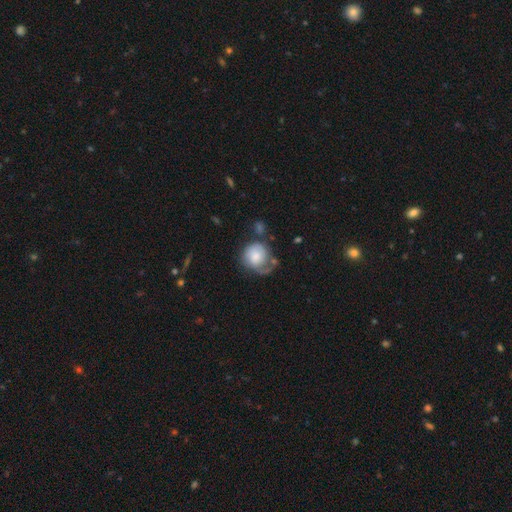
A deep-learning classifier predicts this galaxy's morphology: smooth 61%, featured or disk 32%, star or artifact 7%. Down the decision tree: how rounded — round (80%); merging — none (38%).